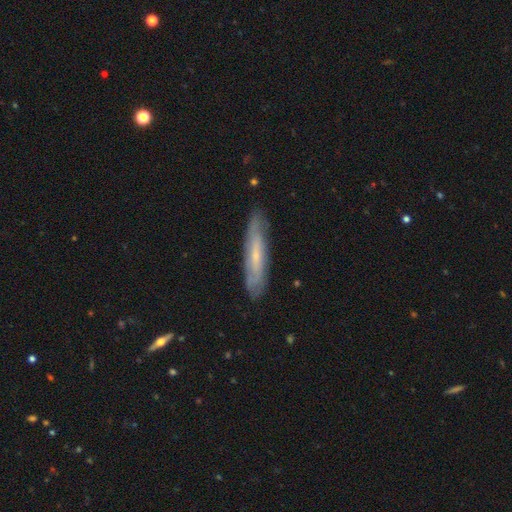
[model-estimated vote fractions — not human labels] Smooth or featured: featured or disk — 55% (smooth — 38%)
Edge-on disk: yes — 55% (no — 45%)
Merging: none — 82% (minor disturbance — 14%)